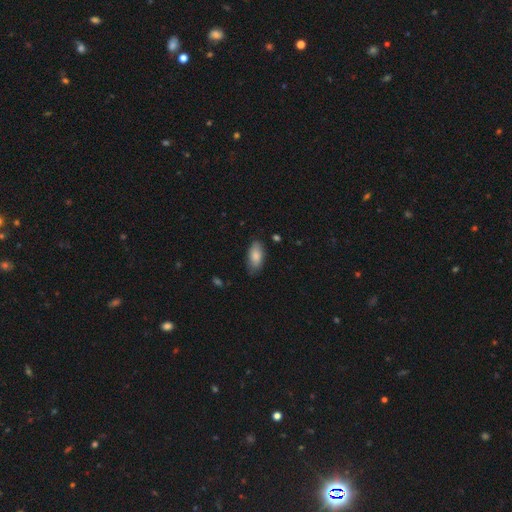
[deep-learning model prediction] A smooth galaxy with no disk features (83%) that is in between round and cigar-shaped (90%). Merging: none (77%).